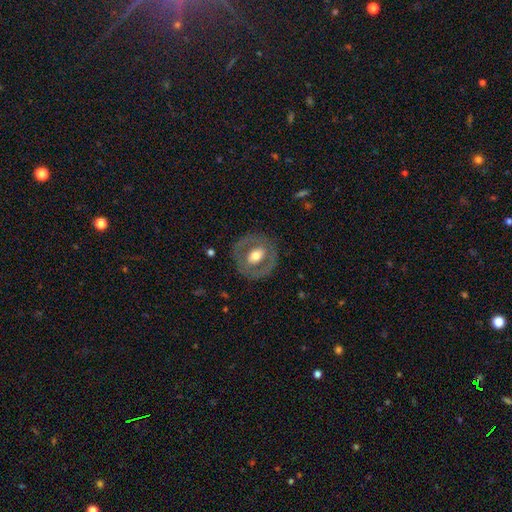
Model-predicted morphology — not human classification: The model was most divided on "smooth or featured": featured or disk: 53%, smooth: 41%, star or artifact: 6%. More confident: edge-on disk — no (93%); merging — none (80%).